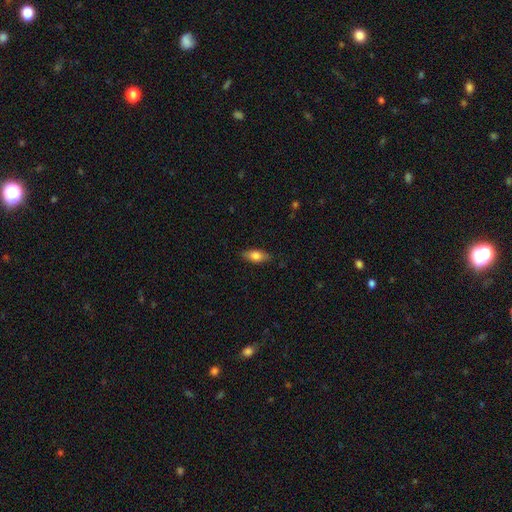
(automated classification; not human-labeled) Smooth or featured? Predicted: smooth (p=0.74). How rounded? Predicted: in between (p=0.78). Merging? Predicted: none (p=0.84).